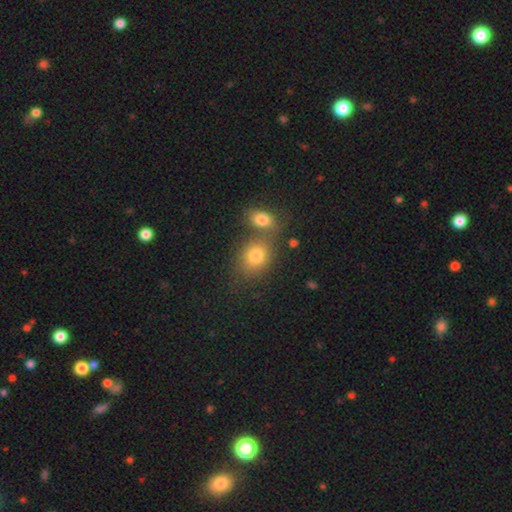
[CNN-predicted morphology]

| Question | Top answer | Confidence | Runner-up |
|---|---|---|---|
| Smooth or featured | smooth | 78% | star or artifact (11%) |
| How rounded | in between | 54% | round (45%) |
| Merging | none | 48% | merger (37%) |